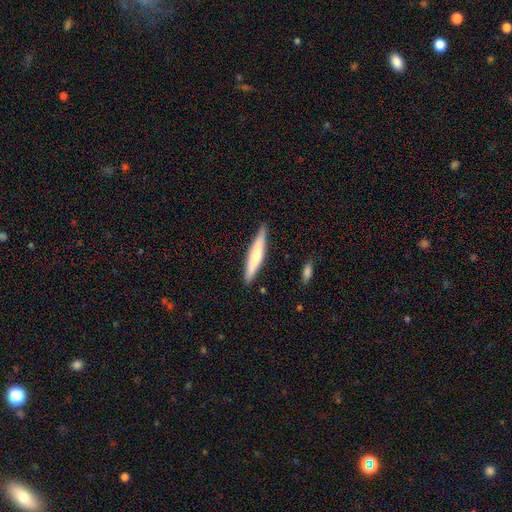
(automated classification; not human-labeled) Smooth or featured? smooth (59%)
How rounded? cigar-shaped (91%)
Merging? none (87%)